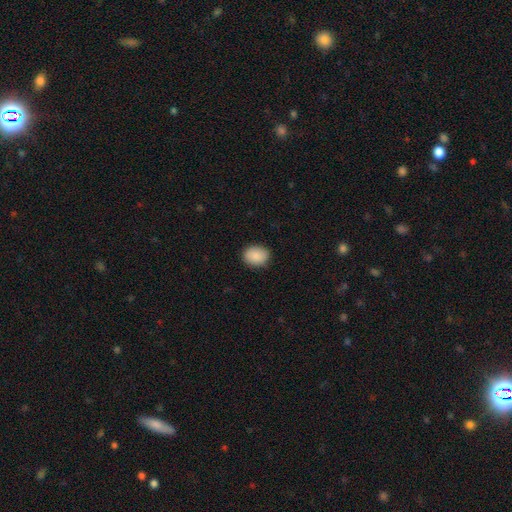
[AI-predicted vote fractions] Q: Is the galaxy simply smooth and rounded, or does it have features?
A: smooth — 90%.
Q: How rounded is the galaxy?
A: in between — 58%.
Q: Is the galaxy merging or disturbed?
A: none — 88%.